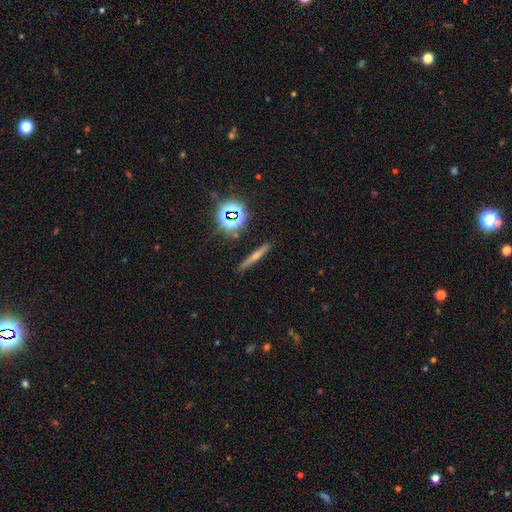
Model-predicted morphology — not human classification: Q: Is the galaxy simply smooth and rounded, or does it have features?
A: featured or disk — 47%.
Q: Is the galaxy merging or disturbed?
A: none — 90%.